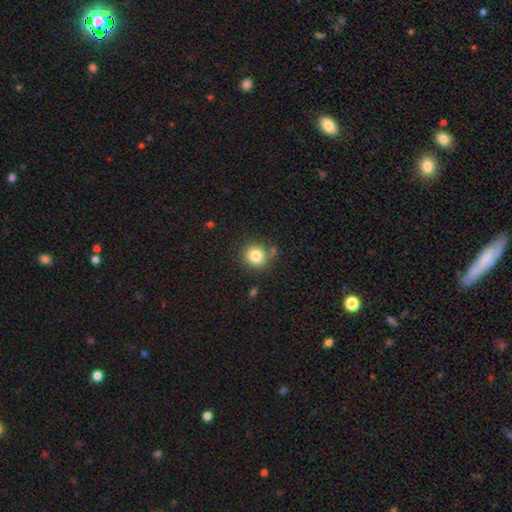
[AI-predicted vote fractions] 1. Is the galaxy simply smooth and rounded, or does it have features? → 82% smooth, 11% star or artifact, 7% featured or disk.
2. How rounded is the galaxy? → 90% round, 9% in between, 1% cigar-shaped.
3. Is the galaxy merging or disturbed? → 79% none, 12% minor disturbance, 6% merger, 3% major disturbance.